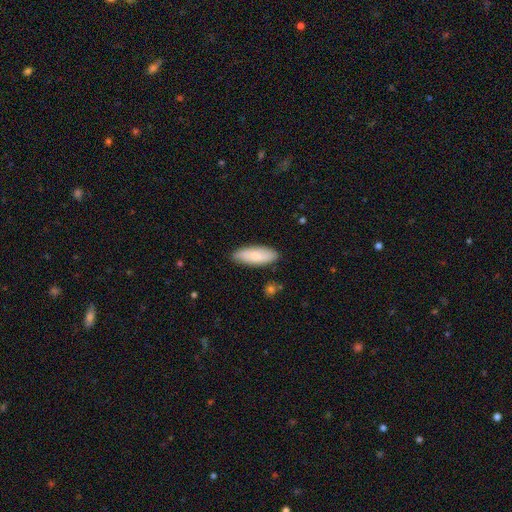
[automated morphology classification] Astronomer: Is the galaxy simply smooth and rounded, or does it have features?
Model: smooth — 78%.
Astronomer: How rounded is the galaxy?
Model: in between — 70%.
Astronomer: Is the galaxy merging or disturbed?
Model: none — 85%.